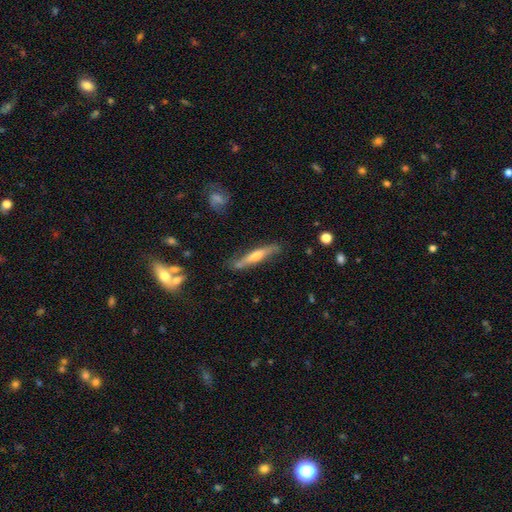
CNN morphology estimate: A featured or disk galaxy (54%) viewed edge-on (88%).

Vote fractions:
- Smooth or featured? featured or disk: 54% / smooth: 40% / star or artifact: 6%
- Edge-on disk? yes: 88% / no: 12%
- Merging? none: 76% / minor disturbance: 17% / major disturbance: 3% / merger: 3%